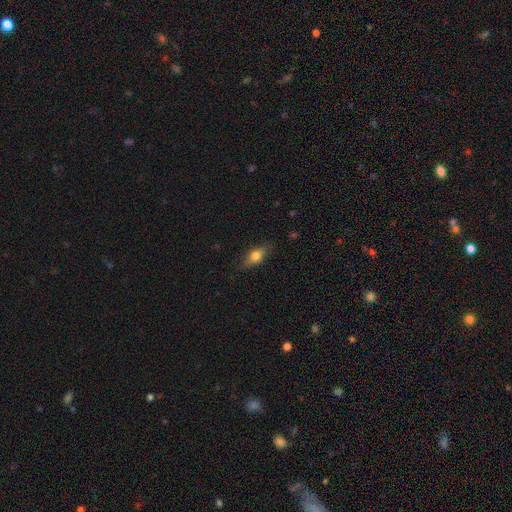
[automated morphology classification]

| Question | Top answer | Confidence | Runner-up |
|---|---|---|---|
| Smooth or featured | smooth | 73% | featured or disk (19%) |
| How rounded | in between | 78% | cigar-shaped (15%) |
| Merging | none | 79% | minor disturbance (16%) |